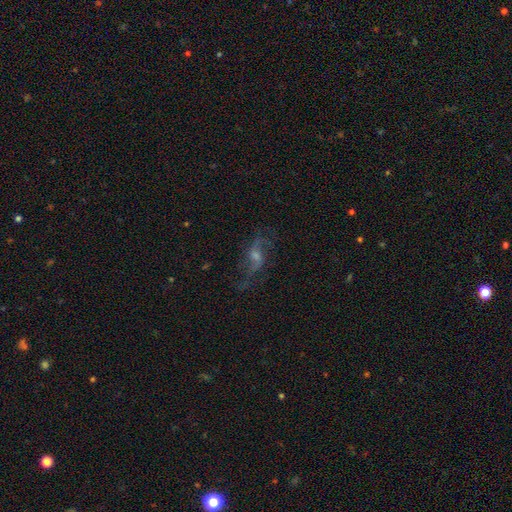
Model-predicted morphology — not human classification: This appears to be a featured or disk galaxy (74%) with a weak bar (44%), 2 (84%) loose (76%) spiral arms (91%) and a moderate central bulge (42%). Merging: none (65%).